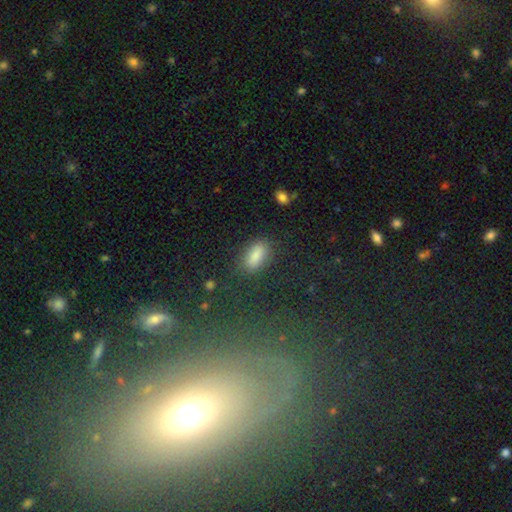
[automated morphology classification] Smooth or featured?
  - smooth: 84% *
  - star or artifact: 9%
  - featured or disk: 7%
How rounded?
  - in between: 87% *
  - cigar-shaped: 9%
  - round: 5%
Merging?
  - none: 78% *
  - minor disturbance: 14%
  - major disturbance: 5%
  - merger: 3%